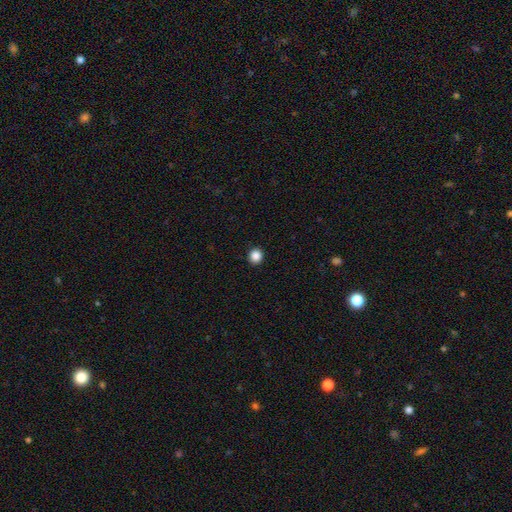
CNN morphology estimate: Smooth or featured? Predicted: smooth (p=0.86). How rounded? Predicted: round (p=0.91). Merging? Predicted: none (p=0.93).